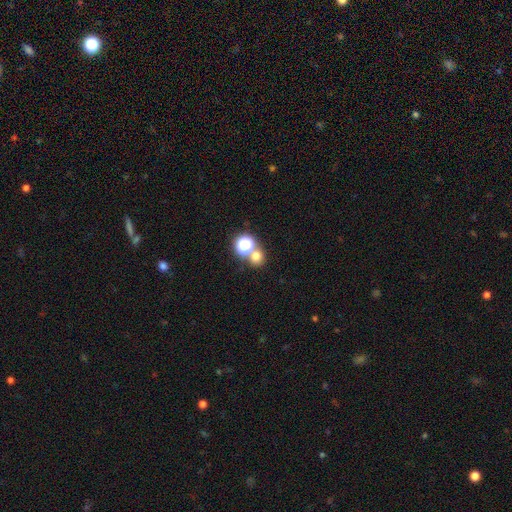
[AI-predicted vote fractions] smooth_or_featured: smooth (p=0.68) [alt: star or artifact p=0.24]
how_rounded: round (p=0.84) [alt: in between p=0.15]
merging: none (p=0.59) [alt: merger p=0.31]